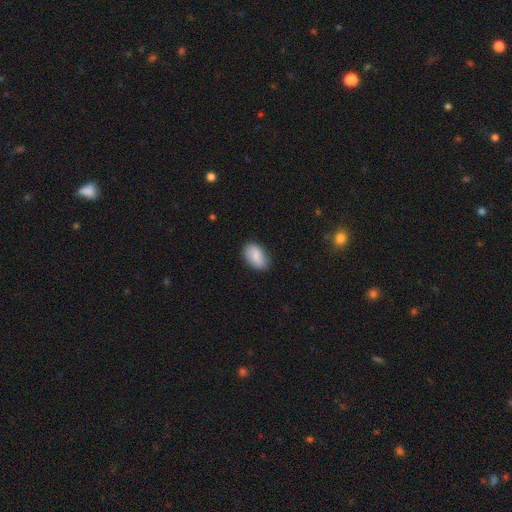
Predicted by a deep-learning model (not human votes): smooth_or_featured: smooth (p=0.84) [alt: featured or disk p=0.09]
how_rounded: in between (p=0.91) [alt: round p=0.07]
merging: none (p=0.80) [alt: minor disturbance p=0.16]